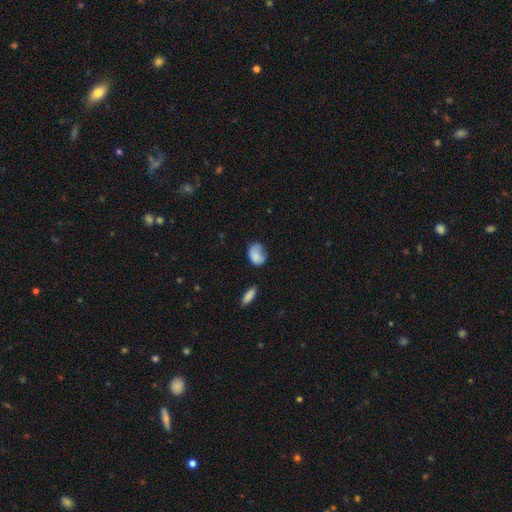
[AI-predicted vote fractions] Morphology: type=smooth (79%); roundness=in between (74%); merging=none (48%).